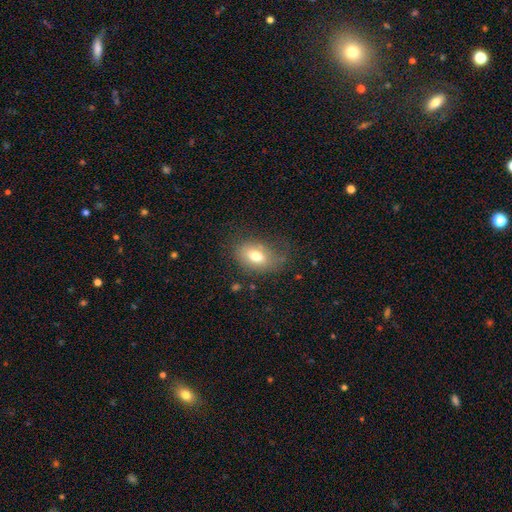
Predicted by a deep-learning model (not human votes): Morphology: type=smooth (72%); roundness=in between (82%); merging=none (59%).